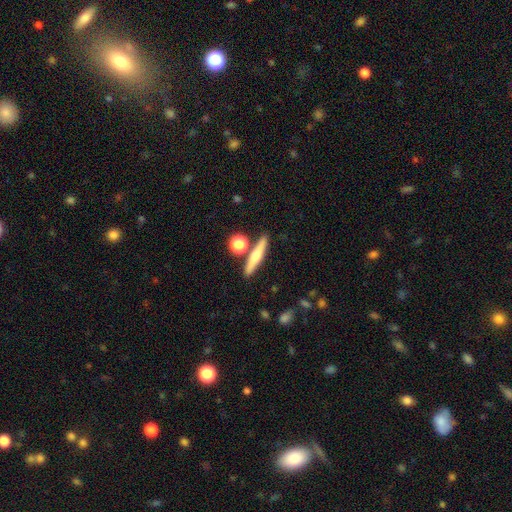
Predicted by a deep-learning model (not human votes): Morphology: type=smooth (52%); roundness=cigar-shaped (81%); merging=none (80%).